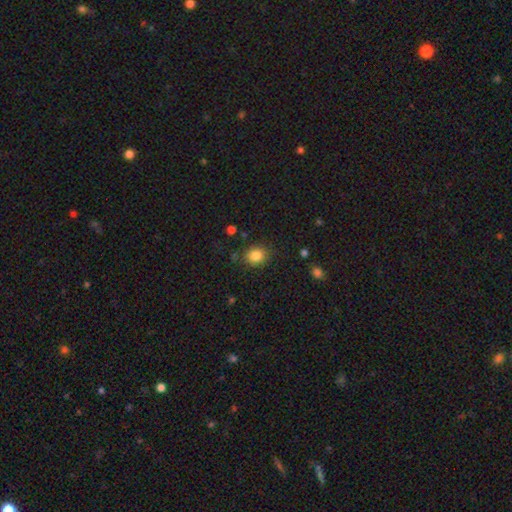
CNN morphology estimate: Smooth or featured? smooth (85%)
How rounded? round (65%)
Merging? none (82%)